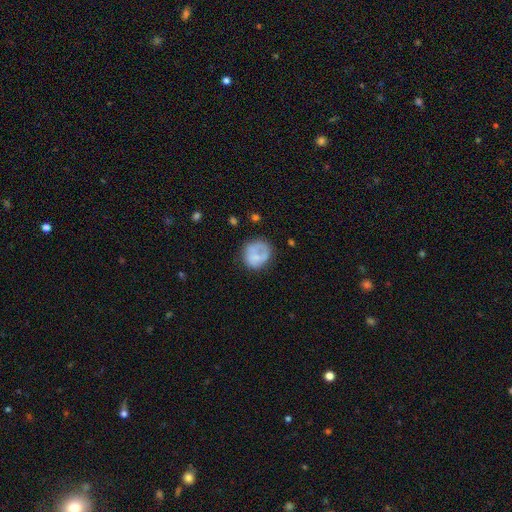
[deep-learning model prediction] This appears to be a smooth galaxy with no disk features (65%) that is round (79%). Merging: none (53%).